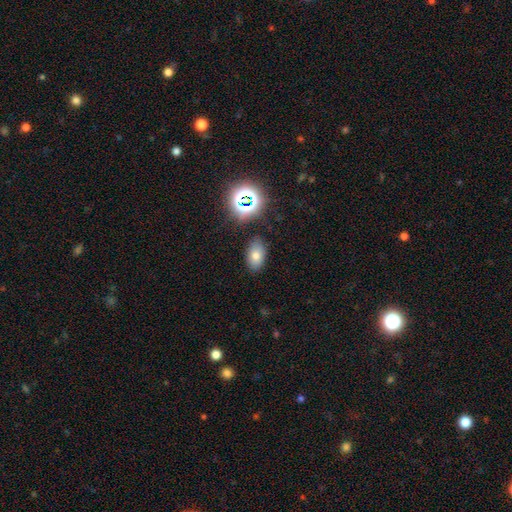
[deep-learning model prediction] A smooth galaxy with no disk features (70%) that is in between round and cigar-shaped (87%).

Vote fractions:
- Smooth or featured? smooth: 70% / star or artifact: 17% / featured or disk: 13%
- How rounded? in between: 87% / round: 11% / cigar-shaped: 2%
- Merging? none: 83% / minor disturbance: 11% / major disturbance: 3% / merger: 3%